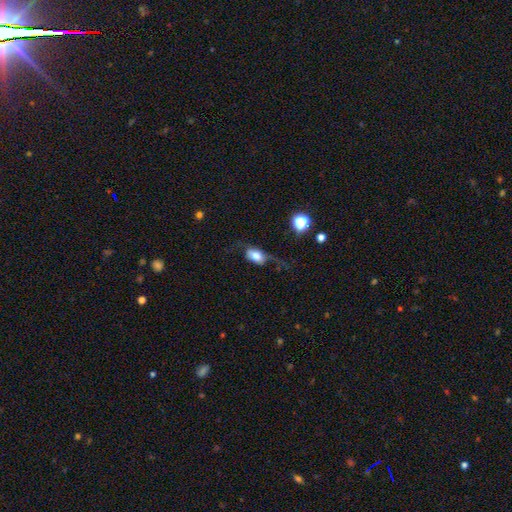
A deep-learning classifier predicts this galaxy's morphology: Smooth or featured?
  - smooth: 62% *
  - featured or disk: 28%
  - star or artifact: 10%
How rounded?
  - in between: 82% *
  - round: 13%
  - cigar-shaped: 4%
Merging?
  - major disturbance: 38% *
  - none: 33%
  - minor disturbance: 25%
  - merger: 4%